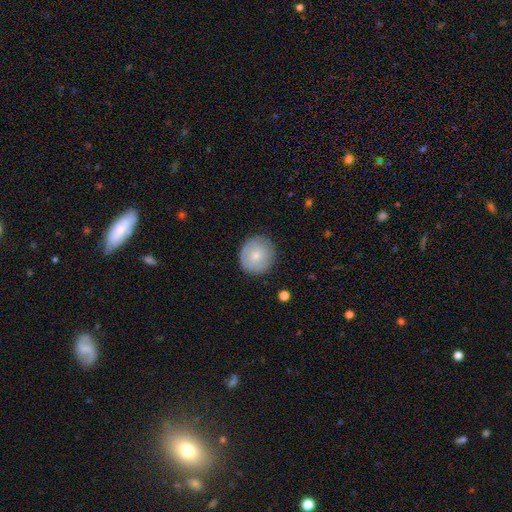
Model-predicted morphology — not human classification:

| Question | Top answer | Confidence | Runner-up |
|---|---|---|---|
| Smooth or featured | smooth | 70% | featured or disk (23%) |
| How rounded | round | 89% | in between (10%) |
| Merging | none | 84% | minor disturbance (11%) |